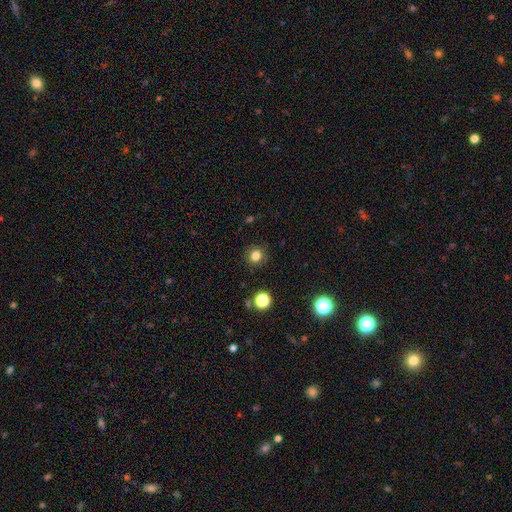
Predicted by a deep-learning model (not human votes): Smooth or featured: smooth — 81% (star or artifact — 13%)
How rounded: round — 92% (in between — 8%)
Merging: none — 89% (minor disturbance — 7%)